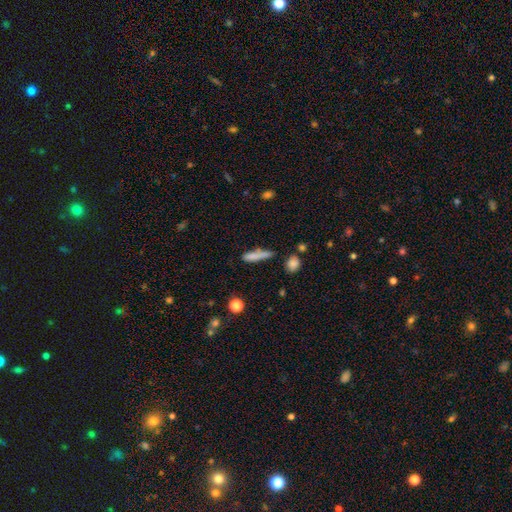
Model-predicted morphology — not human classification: A smooth galaxy with no disk features (79%) that is cigar-shaped (80%).

Vote fractions:
- Smooth or featured? smooth: 79% / featured or disk: 13% / star or artifact: 8%
- How rounded? cigar-shaped: 80% / in between: 18% / round: 2%
- Merging? none: 62% / minor disturbance: 23% / merger: 9% / major disturbance: 7%